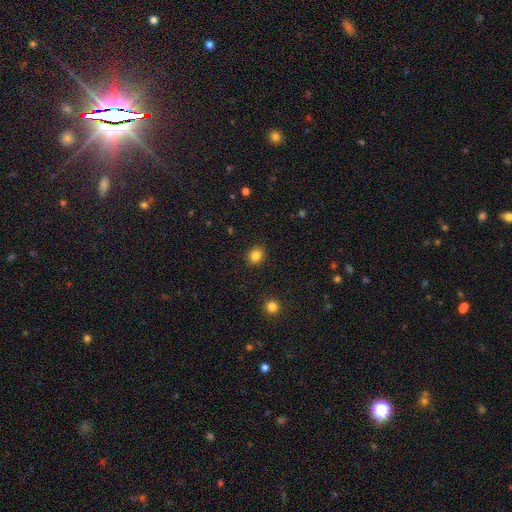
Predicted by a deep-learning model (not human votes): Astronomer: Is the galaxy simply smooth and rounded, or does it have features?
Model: smooth — 84%.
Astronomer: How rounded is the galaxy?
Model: round — 76%.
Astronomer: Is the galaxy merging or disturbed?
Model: none — 91%.